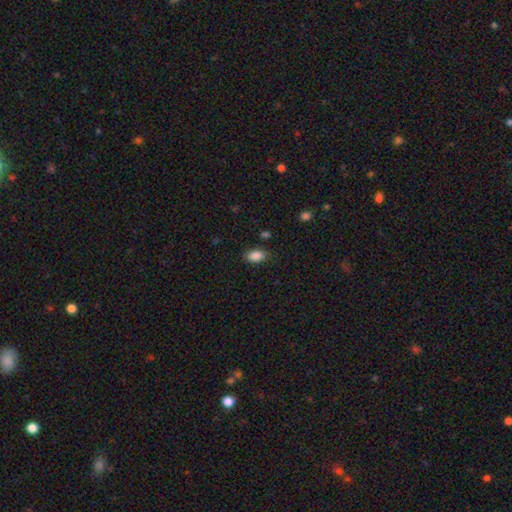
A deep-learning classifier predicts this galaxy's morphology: smooth-or-featured: smooth: 88% | star or artifact: 8% | featured or disk: 3%
  how-rounded: in between: 90% | round: 8% | cigar-shaped: 2%
  merging: none: 82% | minor disturbance: 13% | major disturbance: 3% | merger: 2%